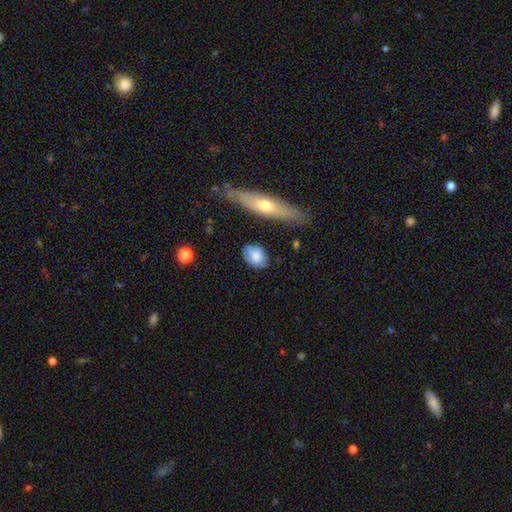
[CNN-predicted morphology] Smooth or featured? smooth (78%)
How rounded? in between (61%)
Merging? none (70%)